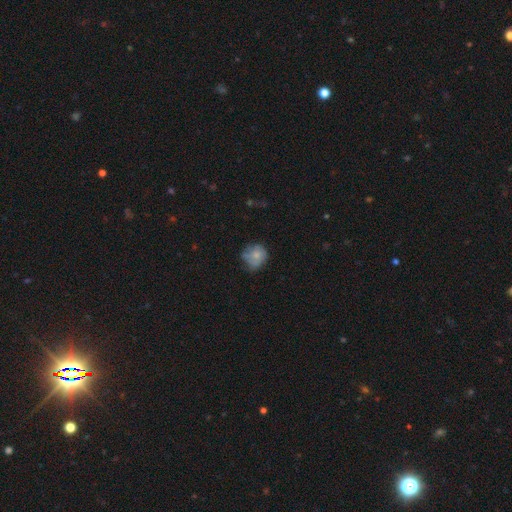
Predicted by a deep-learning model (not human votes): The model was most divided on "merging": none: 50%, minor disturbance: 32%, major disturbance: 14%, merger: 3%. More confident: how rounded — round (74%); smooth or featured — smooth (62%).